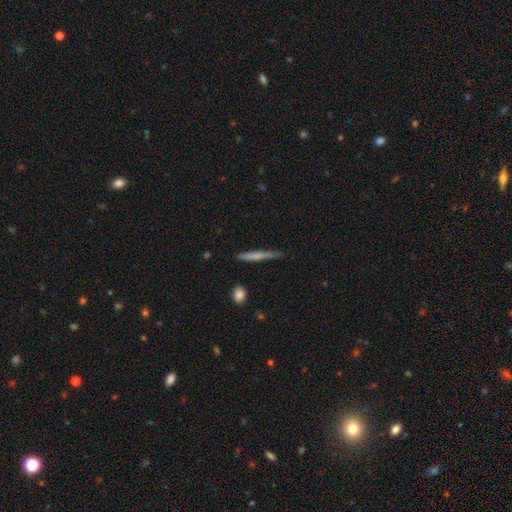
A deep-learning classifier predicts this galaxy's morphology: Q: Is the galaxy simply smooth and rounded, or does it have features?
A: smooth — 56%.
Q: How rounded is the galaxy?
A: cigar-shaped — 95%.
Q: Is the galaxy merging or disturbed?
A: none — 83%.